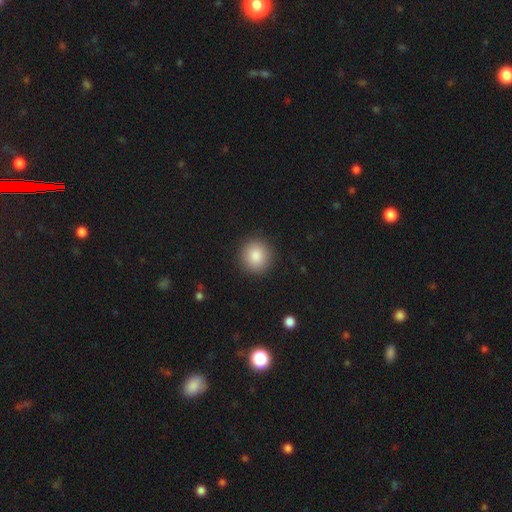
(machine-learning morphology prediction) smooth_or_featured: smooth (p=0.87) [alt: star or artifact p=0.08]
how_rounded: round (p=0.91) [alt: in between p=0.08]
merging: none (p=0.91) [alt: minor disturbance p=0.06]